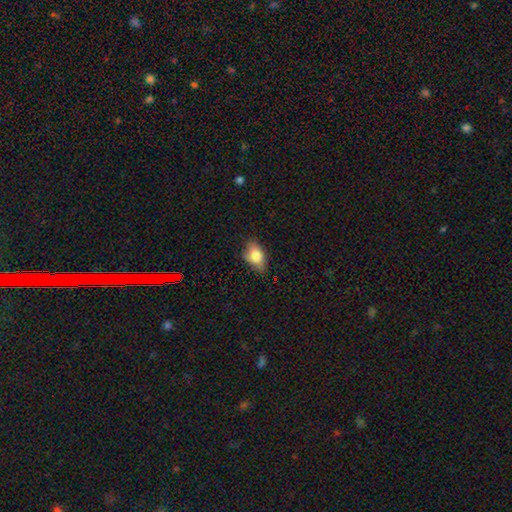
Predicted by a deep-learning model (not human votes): A smooth galaxy with no disk features (79%) that is in between round and cigar-shaped (86%). Merging: none (64%).